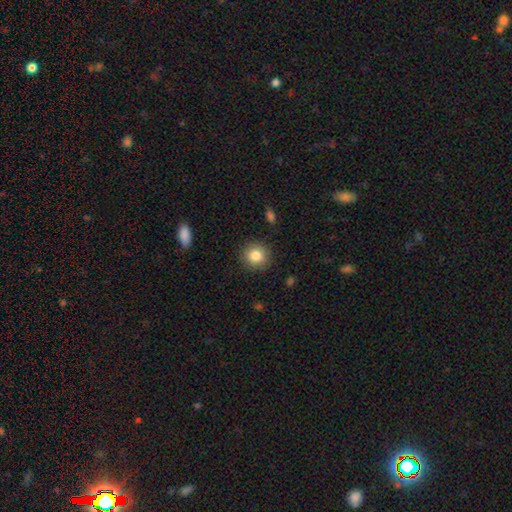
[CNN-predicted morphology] Smooth or featured: smooth — 83% (star or artifact — 9%)
How rounded: round — 90% (in between — 9%)
Merging: none — 89% (minor disturbance — 7%)